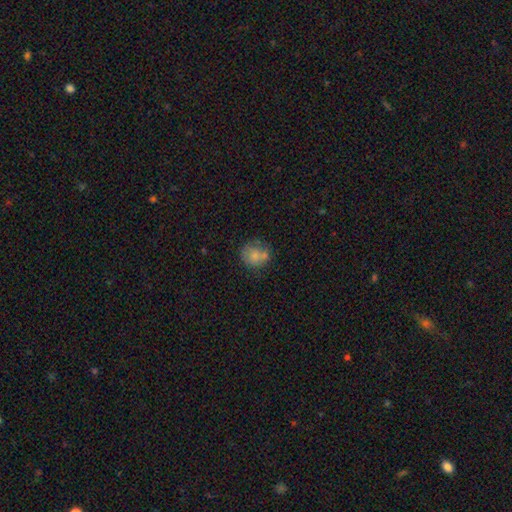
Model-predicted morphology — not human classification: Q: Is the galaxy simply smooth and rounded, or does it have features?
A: smooth — 71%.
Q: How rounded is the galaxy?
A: round — 80%.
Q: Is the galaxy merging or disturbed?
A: none — 53%.